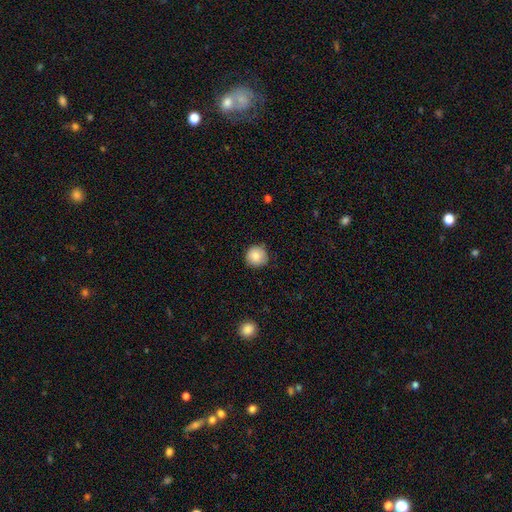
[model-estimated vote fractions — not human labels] Overall: smooth (85%). How rounded: round (93%). Merging: none (82%).